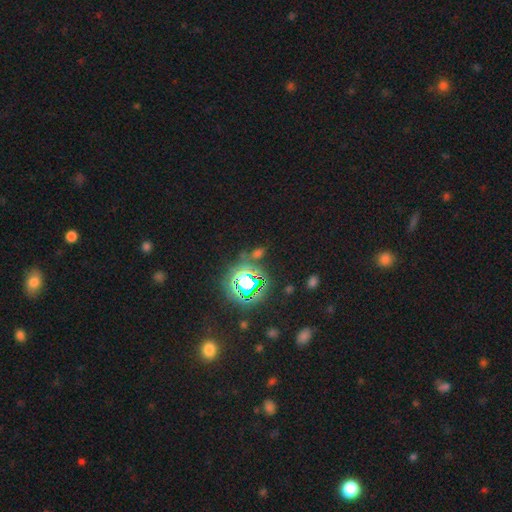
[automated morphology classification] star or artifact 74%, smooth 18%, featured or disk 8%.